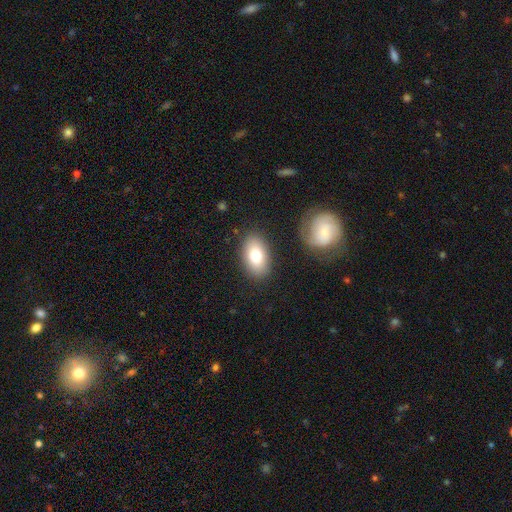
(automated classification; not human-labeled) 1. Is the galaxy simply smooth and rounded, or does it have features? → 79% smooth, 14% featured or disk, 7% star or artifact.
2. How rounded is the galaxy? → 91% in between, 7% round, 2% cigar-shaped.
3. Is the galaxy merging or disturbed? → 84% none, 10% minor disturbance, 3% major disturbance, 3% merger.